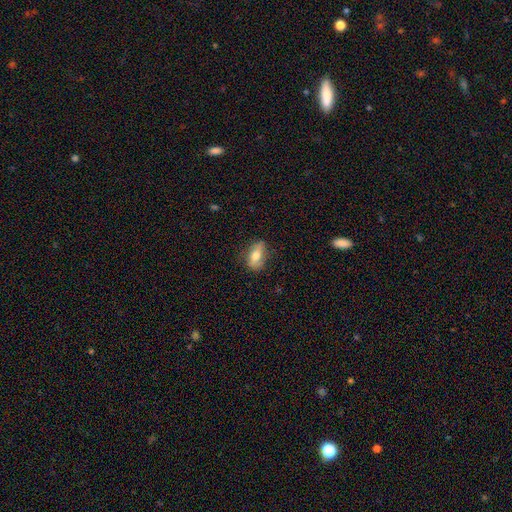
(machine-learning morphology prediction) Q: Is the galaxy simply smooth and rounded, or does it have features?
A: smooth — 62%.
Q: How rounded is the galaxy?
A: in between — 79%.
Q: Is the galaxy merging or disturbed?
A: none — 72%.